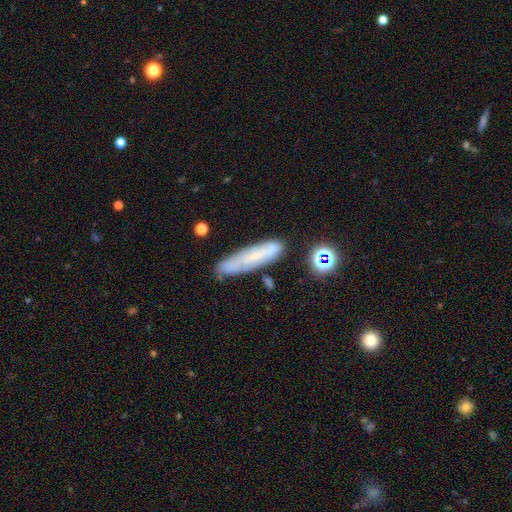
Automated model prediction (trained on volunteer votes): A featured or disk galaxy (46%). Merging: none (73%).